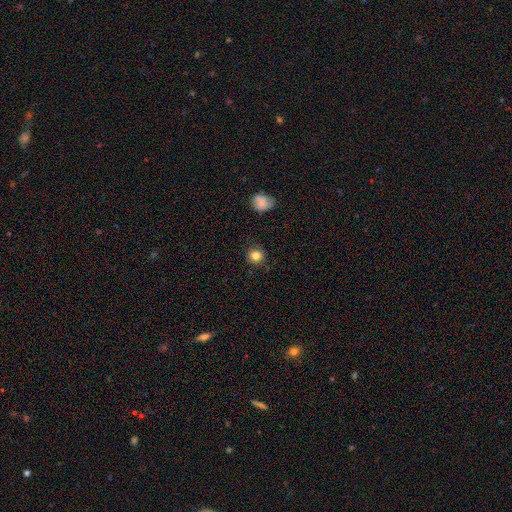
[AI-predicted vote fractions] smooth 83%, star or artifact 11%, featured or disk 6%. Down the decision tree: how rounded — round (90%); merging — none (87%).